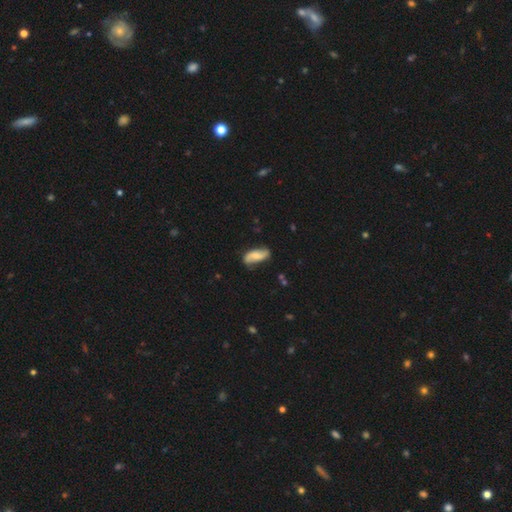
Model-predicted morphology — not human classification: Smooth or featured?
  - featured or disk: 52% *
  - smooth: 41%
  - star or artifact: 7%
Edge-on disk?
  - no: 91% *
  - yes: 9%
Merging?
  - none: 71% *
  - minor disturbance: 21%
  - major disturbance: 5%
  - merger: 2%